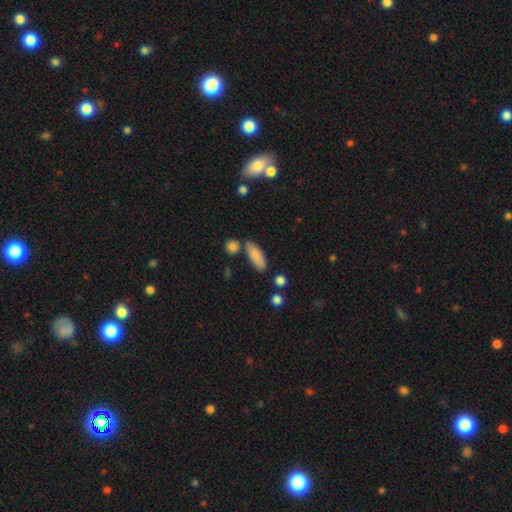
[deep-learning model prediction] Overall: smooth (85%). How rounded: in between (71%). Merging: none (70%).